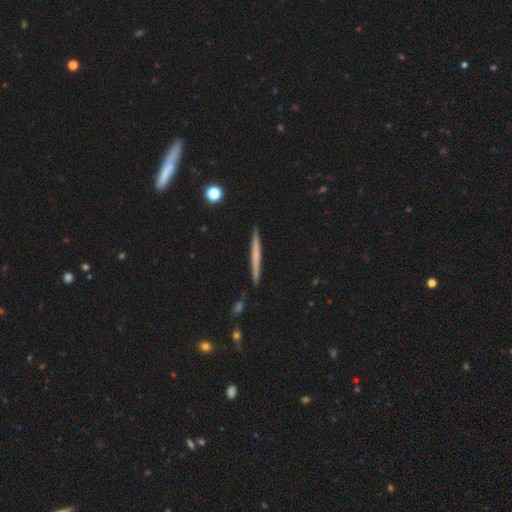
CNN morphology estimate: This is possibly a smooth galaxy (49%). Merging: clearly none (90%).